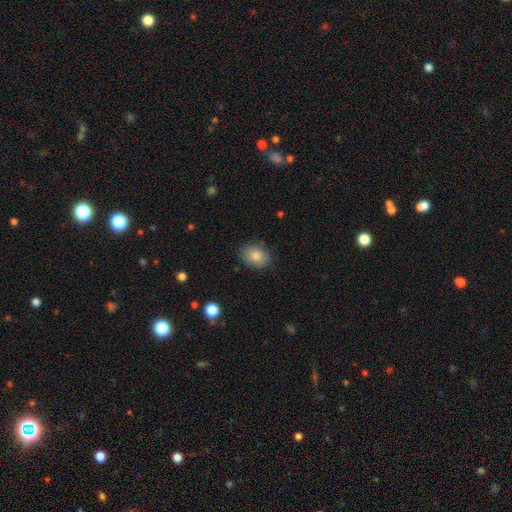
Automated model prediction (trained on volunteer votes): This appears to be a smooth galaxy with no disk features (82%) that is in between round and cigar-shaped (68%). Merging: none (85%).